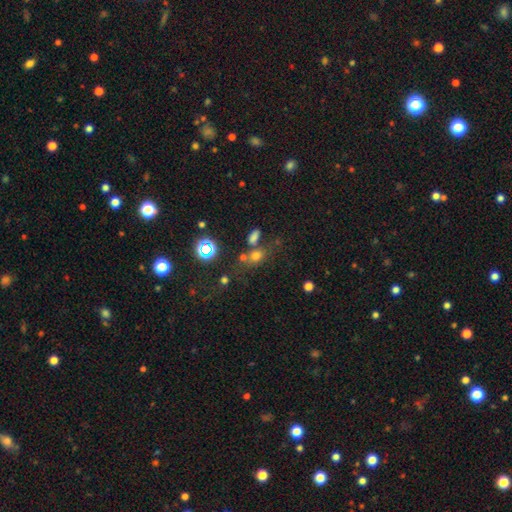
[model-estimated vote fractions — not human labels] smooth 64%, star or artifact 24%, featured or disk 11%. Down the decision tree: how rounded — in between (54%); merging — none (54%).